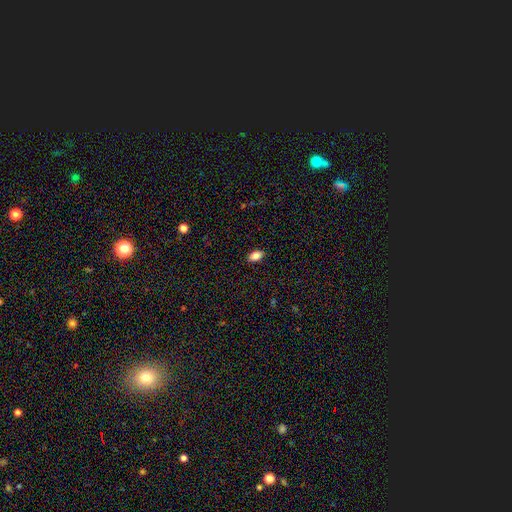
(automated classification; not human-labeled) A smooth galaxy with no disk features (84%) that is in between round and cigar-shaped (89%). Merging: none (89%).